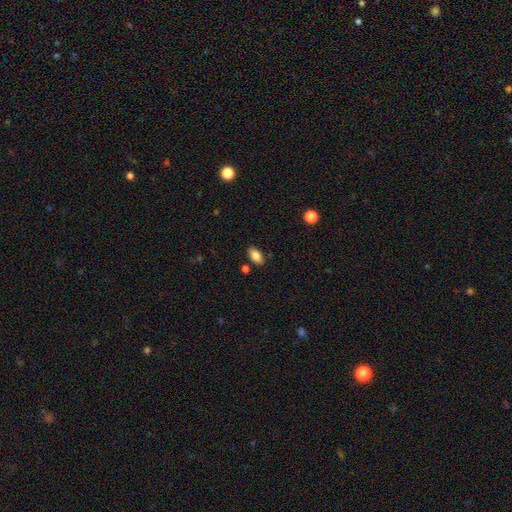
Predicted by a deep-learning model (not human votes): A smooth galaxy with no disk features (84%) that is in between round and cigar-shaped (92%).

Vote fractions:
- Smooth or featured? smooth: 84% / star or artifact: 8% / featured or disk: 7%
- How rounded? in between: 92% / round: 5% / cigar-shaped: 3%
- Merging? none: 84% / minor disturbance: 10% / merger: 4% / major disturbance: 2%